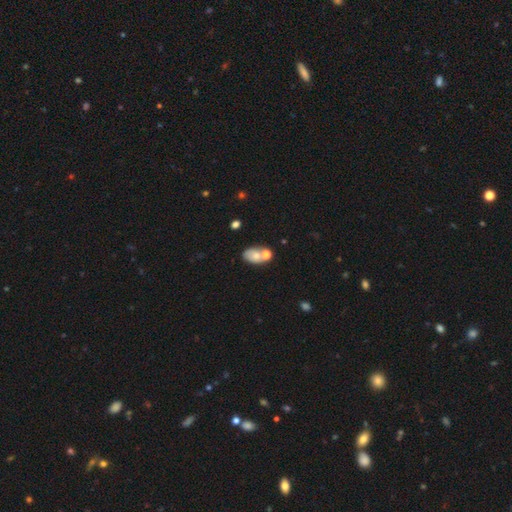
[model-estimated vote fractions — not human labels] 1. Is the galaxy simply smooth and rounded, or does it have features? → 67% smooth, 22% featured or disk, 11% star or artifact.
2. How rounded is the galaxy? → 83% in between, 15% round, 2% cigar-shaped.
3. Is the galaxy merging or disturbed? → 44% none, 33% merger, 16% minor disturbance, 7% major disturbance.